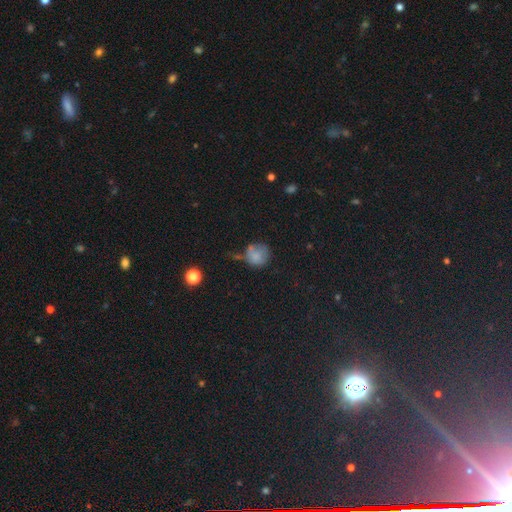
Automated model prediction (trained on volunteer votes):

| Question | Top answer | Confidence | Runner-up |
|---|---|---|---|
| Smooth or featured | smooth | 71% | featured or disk (17%) |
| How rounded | round | 85% | in between (14%) |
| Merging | none | 44% | minor disturbance (30%) |